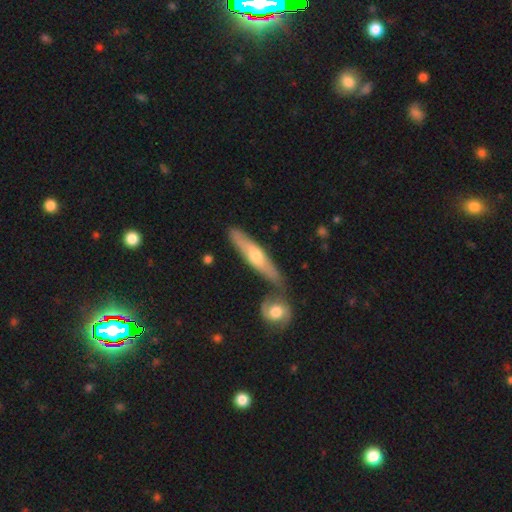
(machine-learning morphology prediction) A featured or disk galaxy (54%) viewed edge-on (83%).

Vote fractions:
- Smooth or featured? featured or disk: 54% / smooth: 40% / star or artifact: 6%
- Edge-on disk? yes: 83% / no: 17%
- Merging? none: 71% / merger: 15% / minor disturbance: 11% / major disturbance: 3%